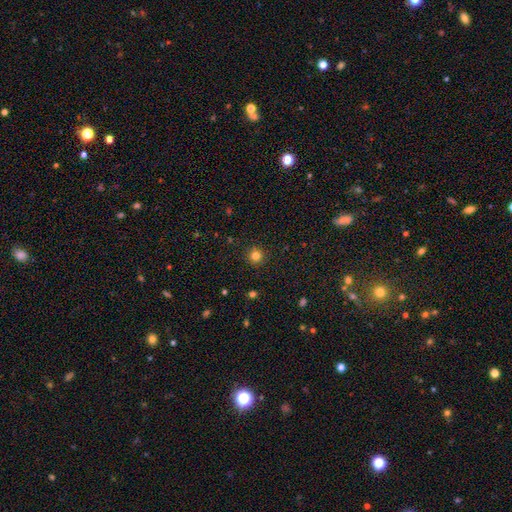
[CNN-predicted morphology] type=smooth (81%); roundness=round (95%); merging=none (92%).